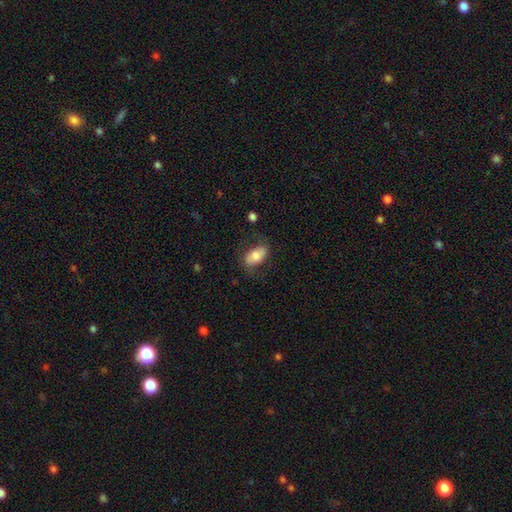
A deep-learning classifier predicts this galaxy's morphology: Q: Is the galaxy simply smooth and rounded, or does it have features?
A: smooth — 70%.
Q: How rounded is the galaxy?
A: in between — 91%.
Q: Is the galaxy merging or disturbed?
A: none — 68%.